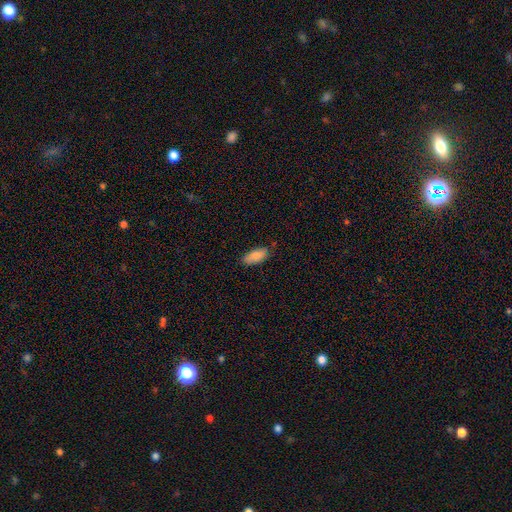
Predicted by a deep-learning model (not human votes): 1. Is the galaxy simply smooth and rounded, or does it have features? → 86% smooth, 8% featured or disk, 6% star or artifact.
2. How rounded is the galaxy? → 86% in between, 13% cigar-shaped, 2% round.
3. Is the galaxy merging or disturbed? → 81% none, 15% minor disturbance, 2% major disturbance, 1% merger.